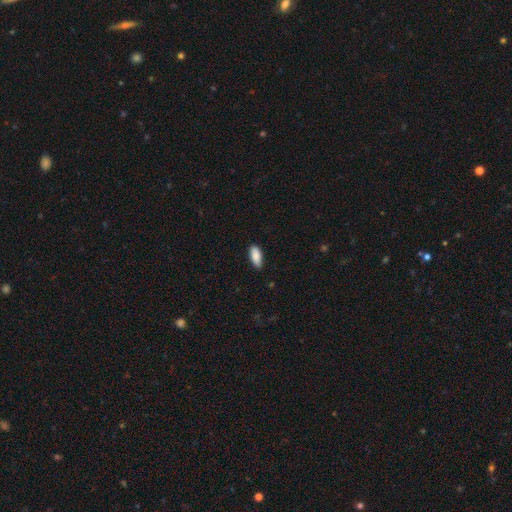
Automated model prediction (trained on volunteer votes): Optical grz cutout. It shows a smooth galaxy with no disk features (88%) that is in between round and cigar-shaped (86%). Merging: none (81%).